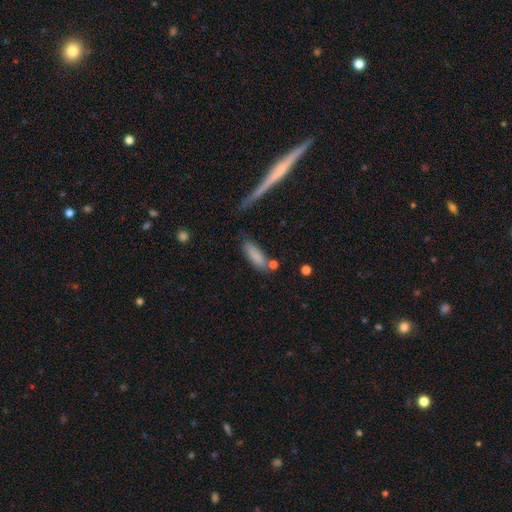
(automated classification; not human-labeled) This appears to be a smooth galaxy with no disk features (81%) that is in between round and cigar-shaped (58%). Merging: none (67%).